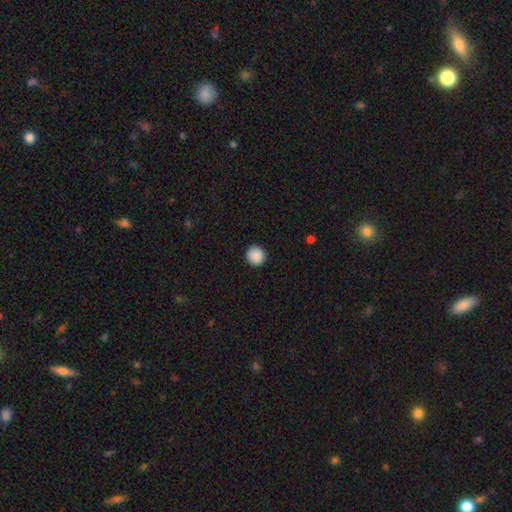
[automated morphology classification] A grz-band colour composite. It shows a smooth galaxy with no disk features (89%) that is round (94%). Merging: none (93%).